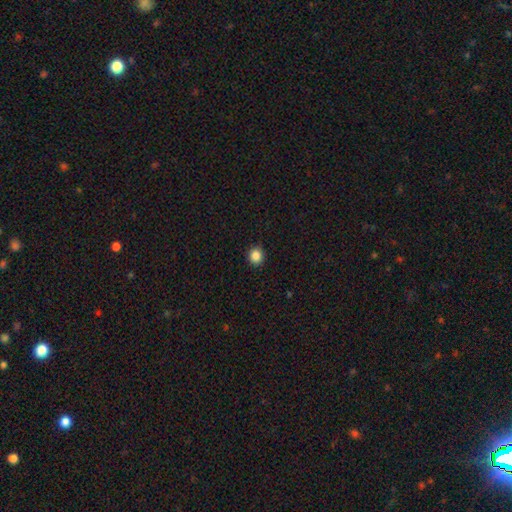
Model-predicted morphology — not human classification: Smooth or featured: smooth — 86% (star or artifact — 11%)
How rounded: round — 88% (in between — 11%)
Merging: none — 92% (minor disturbance — 5%)